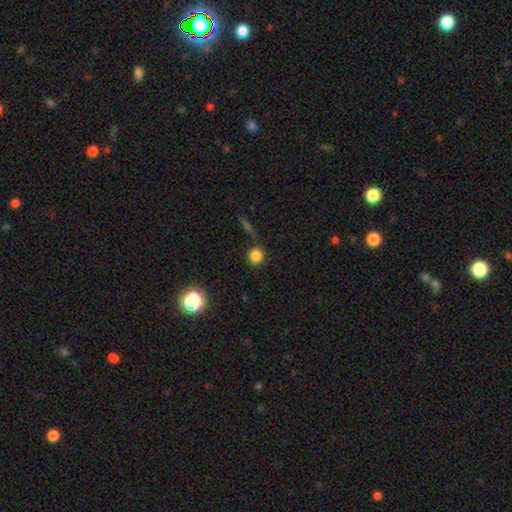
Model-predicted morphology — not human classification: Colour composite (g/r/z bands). It shows a smooth galaxy with no disk features (81%) that is round (92%). Merging: none (82%).